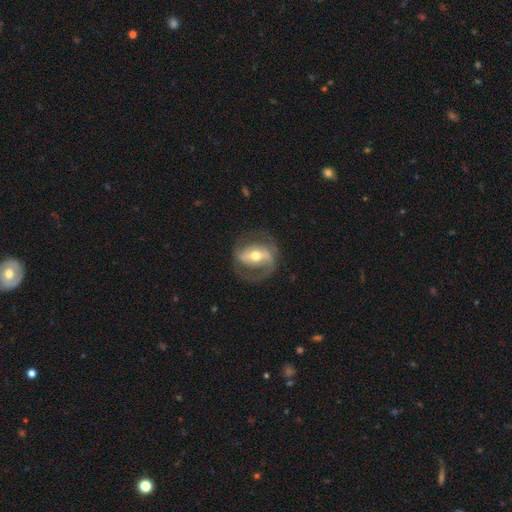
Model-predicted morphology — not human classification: type=featured or disk (81%); edge-on=no (96%); bar=strong (47%); spiral arms=yes (85%); winding=medium (49%); arm count=2 (81%); bulge=moderate (72%); merging=none (71%).